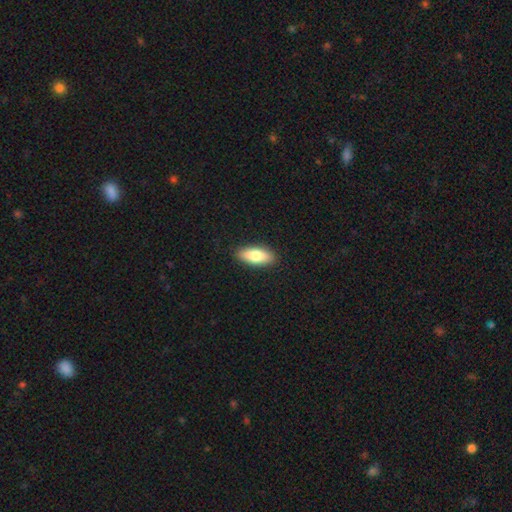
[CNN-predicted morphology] Q: Smooth or featured?
A: smooth (80%); runner-up: featured or disk (14%)
Q: How rounded?
A: in between (80%); runner-up: cigar-shaped (18%)
Q: Merging?
A: none (90%); runner-up: minor disturbance (8%)